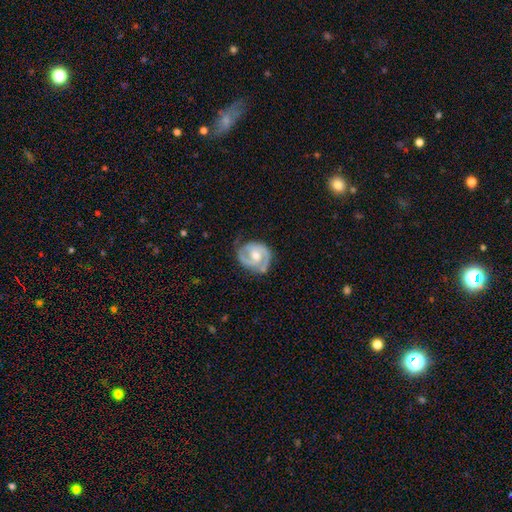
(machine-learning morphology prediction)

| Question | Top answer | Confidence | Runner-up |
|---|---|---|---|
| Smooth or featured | featured or disk | 85% | smooth (11%) |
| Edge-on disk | no | 98% | yes (2%) |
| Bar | no | 49% | weak (40%) |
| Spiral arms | yes | 95% | no (5%) |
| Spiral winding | tight | 50% | medium (41%) |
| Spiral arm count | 2 | 84% | can't tell (6%) |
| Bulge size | moderate | 64% | small (28%) |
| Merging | none | 68% | minor disturbance (23%) |